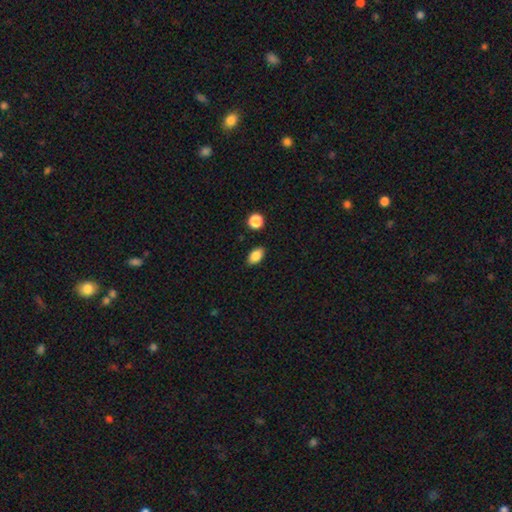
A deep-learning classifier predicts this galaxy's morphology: smooth-or-featured: smooth: 86% | star or artifact: 9% | featured or disk: 6%
  how-rounded: in between: 89% | round: 9% | cigar-shaped: 2%
  merging: none: 87% | minor disturbance: 9% | merger: 2% | major disturbance: 2%